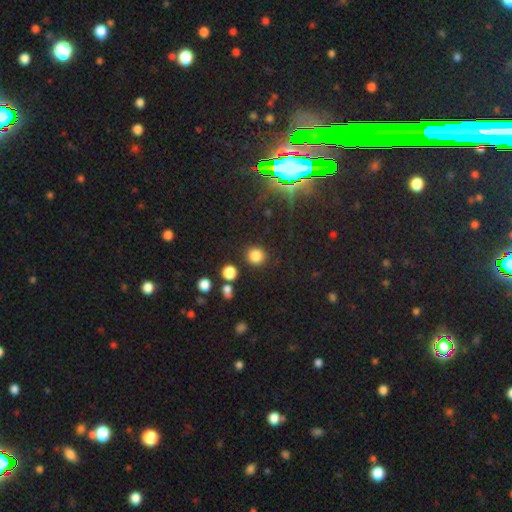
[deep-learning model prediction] This appears to be a smooth galaxy with no disk features (81%) that is round (90%). Merging: none (87%).